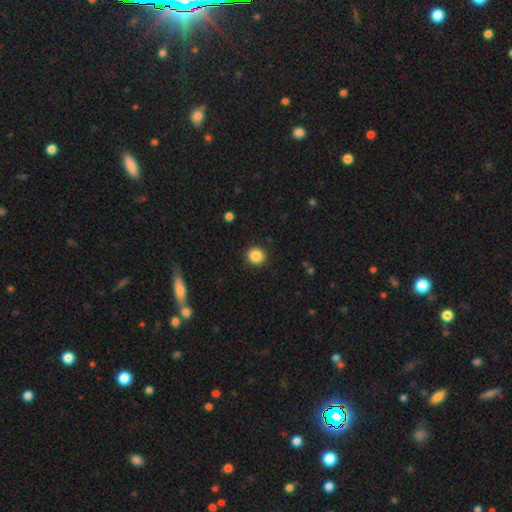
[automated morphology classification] type=smooth (87%); roundness=round (91%); merging=none (91%).